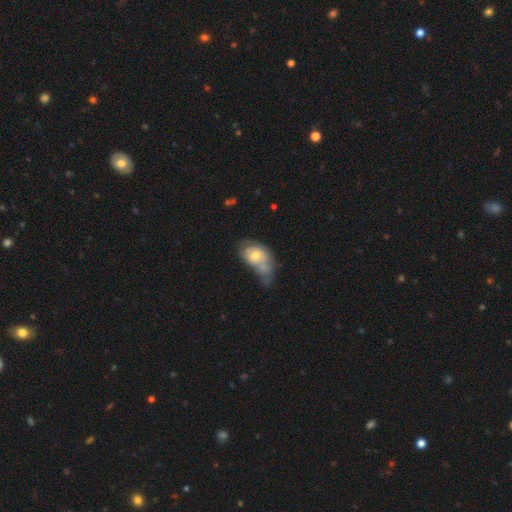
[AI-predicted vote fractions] A smooth galaxy with no disk features (61%) that is in between round and cigar-shaped (83%). Merging: merger (34%).